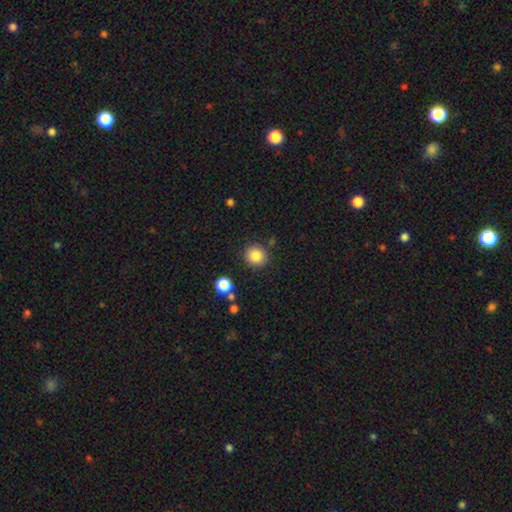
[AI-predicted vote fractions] Q: Smooth or featured?
A: smooth (85%); runner-up: star or artifact (10%)
Q: How rounded?
A: round (88%); runner-up: in between (11%)
Q: Merging?
A: none (86%); runner-up: minor disturbance (8%)